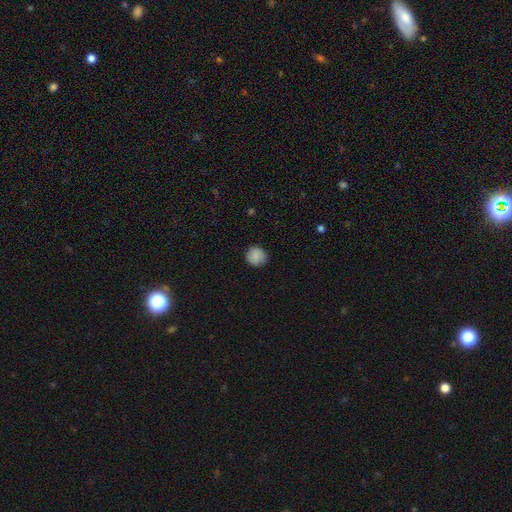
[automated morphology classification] The model was most divided on "merging": none: 87%, minor disturbance: 10%, major disturbance: 2%, merger: 1%. More confident: how rounded — round (91%); smooth or featured — smooth (86%).